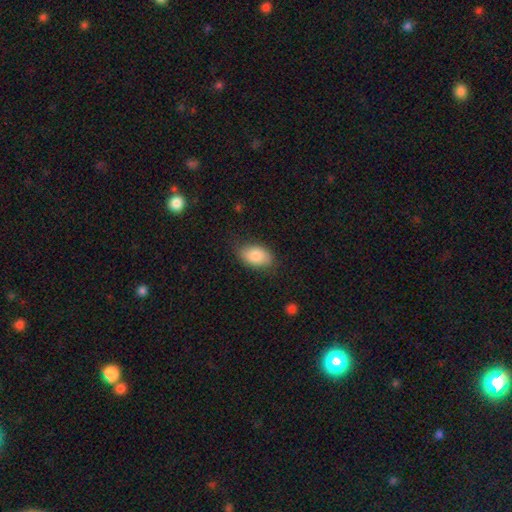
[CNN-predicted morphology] Smooth or featured? Predicted: smooth (p=0.84). How rounded? Predicted: in between (p=0.91). Merging? Predicted: none (p=0.76).